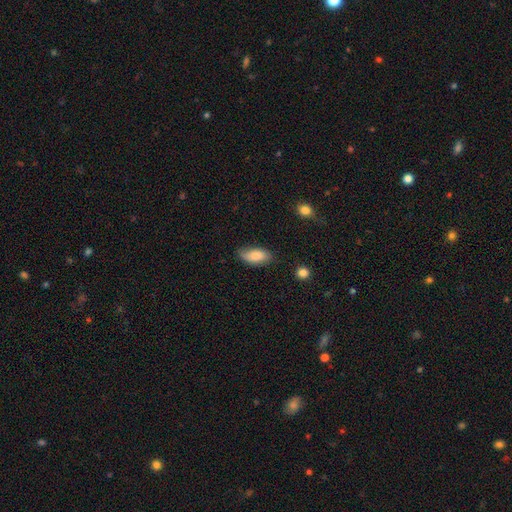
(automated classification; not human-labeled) Smooth or featured: smooth — 83% (featured or disk — 10%)
How rounded: in between — 90% (cigar-shaped — 8%)
Merging: none — 72% (minor disturbance — 22%)